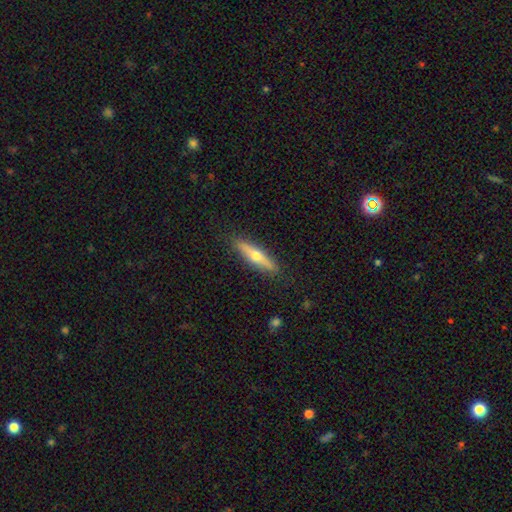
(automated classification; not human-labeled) The model was most divided on "smooth or featured": featured or disk: 54%, smooth: 40%, star or artifact: 6%. More confident: edge-on bulge — rounded (93%); edge-on disk — yes (92%); merging — none (89%).